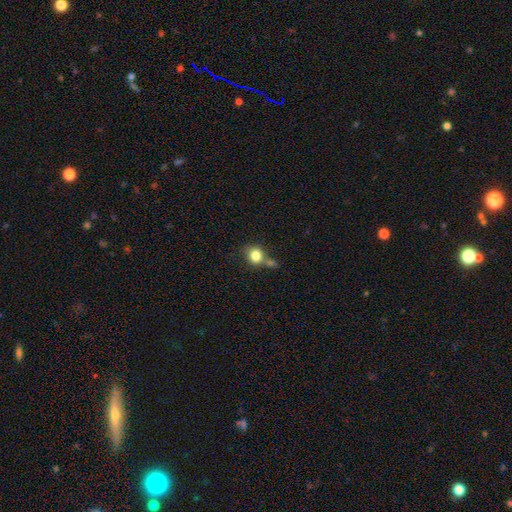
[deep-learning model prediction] smooth-or-featured: smooth: 80% | star or artifact: 10% | featured or disk: 10%
  how-rounded: round: 71% | in between: 28% | cigar-shaped: 1%
  merging: none: 46% | merger: 28% | minor disturbance: 18% | major disturbance: 9%